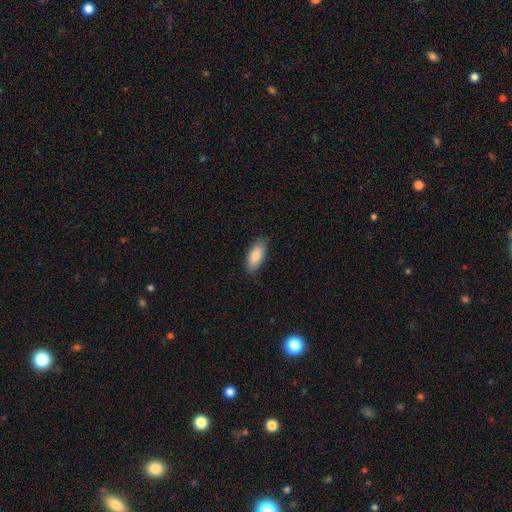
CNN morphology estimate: Smooth or featured: smooth — 88% (featured or disk — 6%)
How rounded: in between — 85% (cigar-shaped — 13%)
Merging: none — 84% (minor disturbance — 13%)